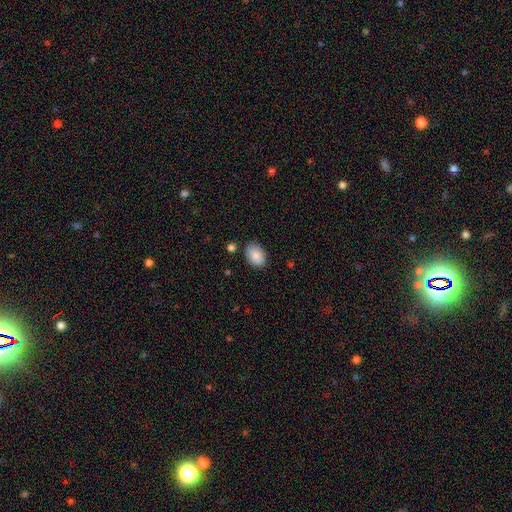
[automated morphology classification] type=smooth (88%); roundness=in between (84%); merging=none (81%).